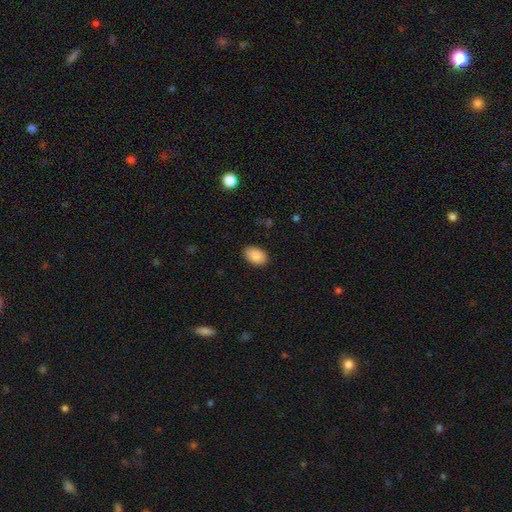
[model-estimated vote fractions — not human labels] Smooth or featured: smooth — 88% (star or artifact — 7%)
How rounded: in between — 88% (round — 11%)
Merging: none — 87% (minor disturbance — 10%)